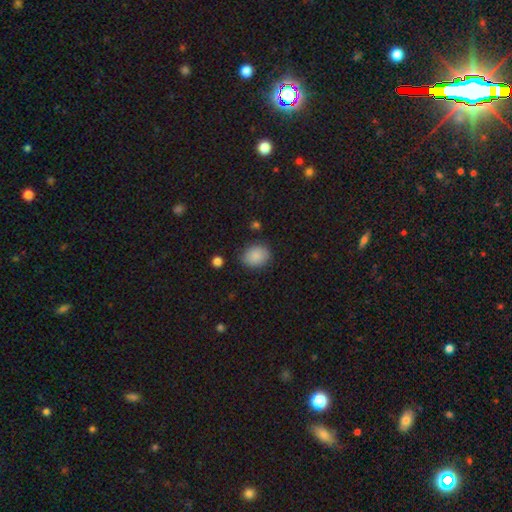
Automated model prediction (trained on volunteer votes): smooth 87%, star or artifact 8%, featured or disk 4%. Down the decision tree: how rounded — round (53%); merging — none (82%).